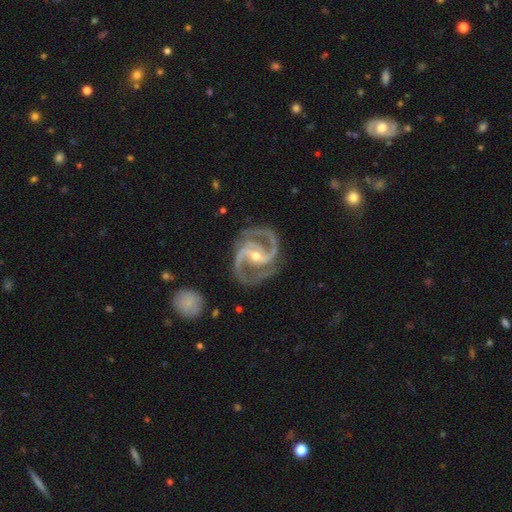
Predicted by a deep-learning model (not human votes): A featured or disk galaxy (94%) with a strong bar (54%), 2 (89%) medium (64%) spiral arms (99%) and a small central bulge (54%).

Vote fractions:
- Smooth or featured? featured or disk: 94% / star or artifact: 4% / smooth: 2%
- Edge-on disk? no: 98% / yes: 2%
- Bar? strong: 54% / weak: 30% / no: 16%
- Spiral arms? yes: 99% / no: 1%
- Spiral winding? medium: 64% / tight: 26% / loose: 10%
- Spiral arm count? 2: 89% / 3: 5% / can't tell: 2% / 4: 1% / 1: 1% / more than 4: 1%
- Bulge size? small: 54% / moderate: 43% / large: 1% / none: 1% / dominant: 1%
- Merging? none: 79% / minor disturbance: 14% / major disturbance: 5% / merger: 2%